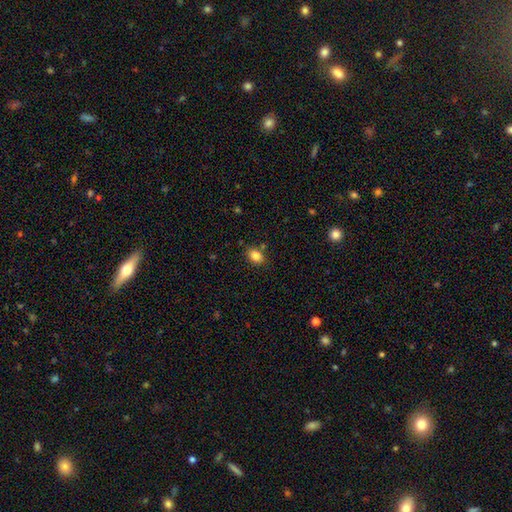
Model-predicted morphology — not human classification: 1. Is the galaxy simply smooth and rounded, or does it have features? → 84% smooth, 10% star or artifact, 6% featured or disk.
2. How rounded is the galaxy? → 74% in between, 24% round, 1% cigar-shaped.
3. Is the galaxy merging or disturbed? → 82% none, 11% minor disturbance, 4% merger, 3% major disturbance.